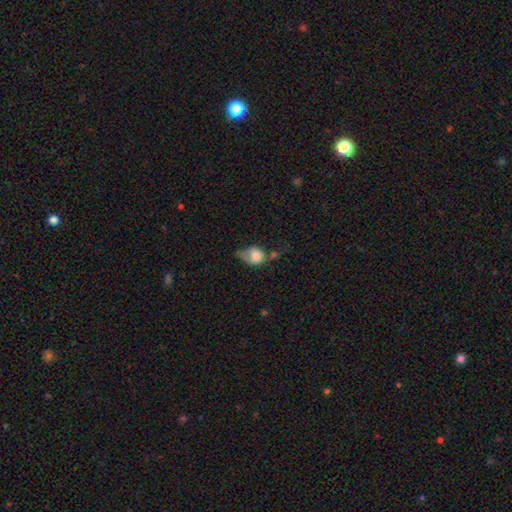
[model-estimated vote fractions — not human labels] A smooth galaxy with no disk features (71%) that is in between round and cigar-shaped (53%). Merging: major disturbance (33%).